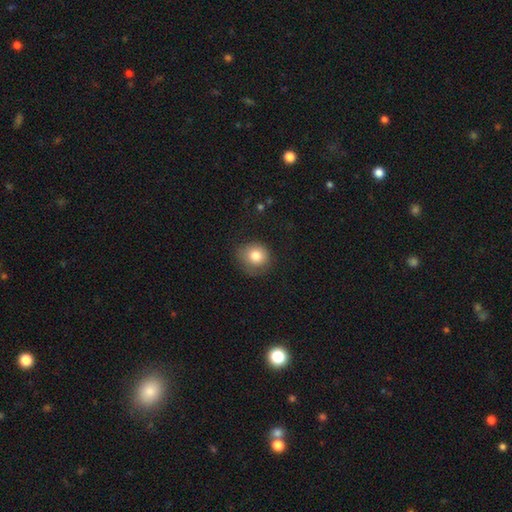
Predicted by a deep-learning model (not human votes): smooth_or_featured: smooth (p=0.80) [alt: featured or disk p=0.10]
how_rounded: round (p=0.81) [alt: in between p=0.18]
merging: none (p=0.67) [alt: minor disturbance p=0.23]